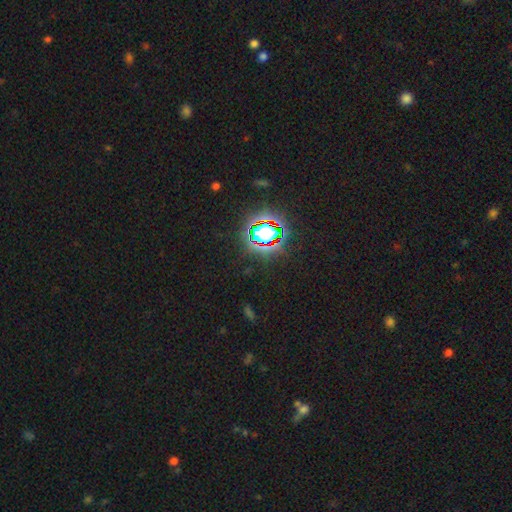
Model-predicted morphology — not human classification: This is clearly a star or artifact rather than a galaxy (82%).